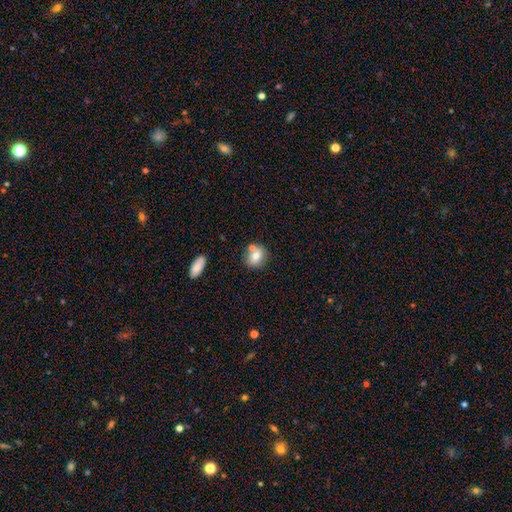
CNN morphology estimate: The model was most divided on "how rounded": round: 68%, in between: 31%, cigar-shaped: 2%. More confident: smooth or featured — smooth (74%); merging — none (67%).